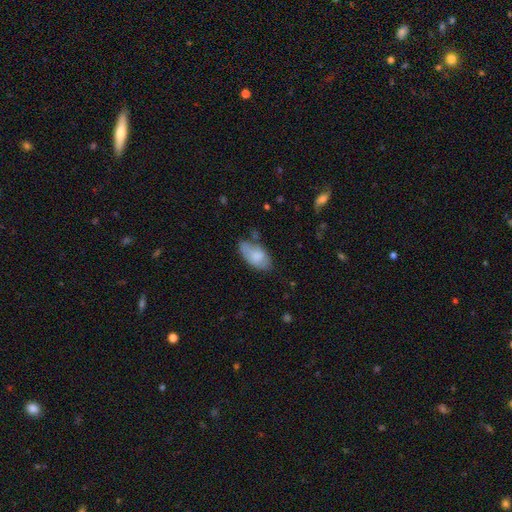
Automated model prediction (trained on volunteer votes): smooth-or-featured: smooth: 76% | featured or disk: 18% | star or artifact: 7%
  how-rounded: in between: 94% | round: 3% | cigar-shaped: 3%
  merging: none: 52% | minor disturbance: 33% | major disturbance: 10% | merger: 6%